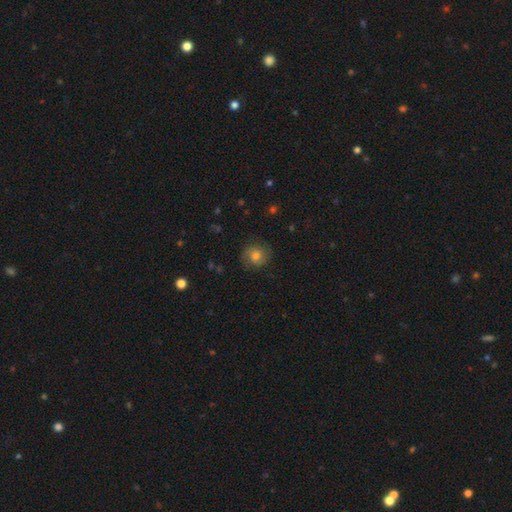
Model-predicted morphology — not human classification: This is likely a smooth galaxy (69%). How rounded: clearly round (88%). Merging: clearly none (82%).